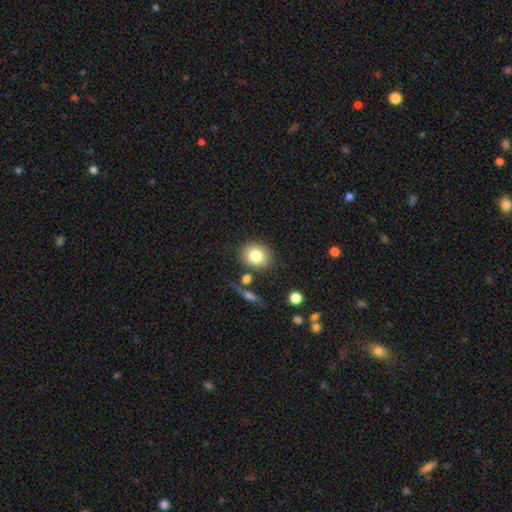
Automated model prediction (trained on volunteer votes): A smooth galaxy with no disk features (81%) that is round (63%). Merging: none (79%).